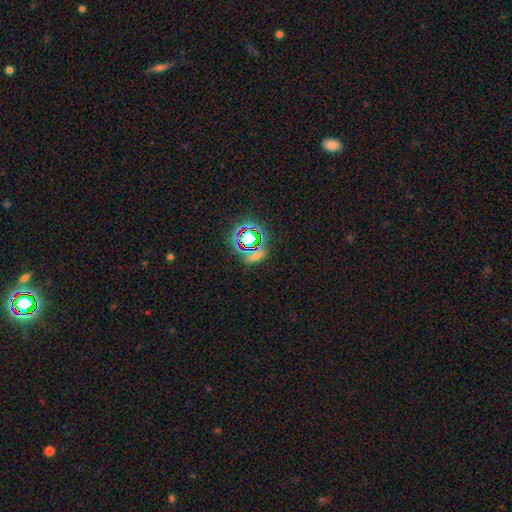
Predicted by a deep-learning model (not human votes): Morphology: type=star or artifact (51%).